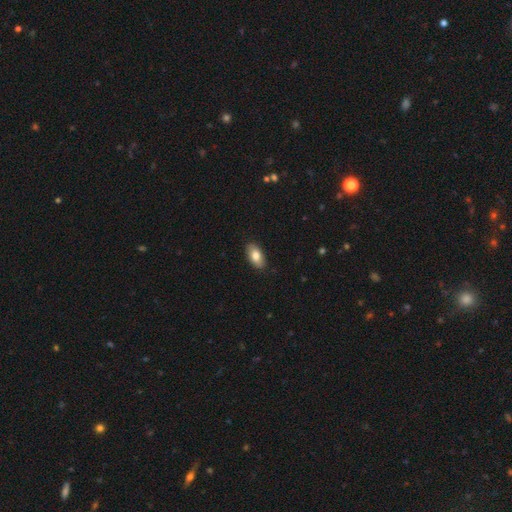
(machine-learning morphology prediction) The model was most divided on "smooth or featured": smooth: 82%, featured or disk: 12%, star or artifact: 6%. More confident: how rounded — in between (93%); merging — none (88%).